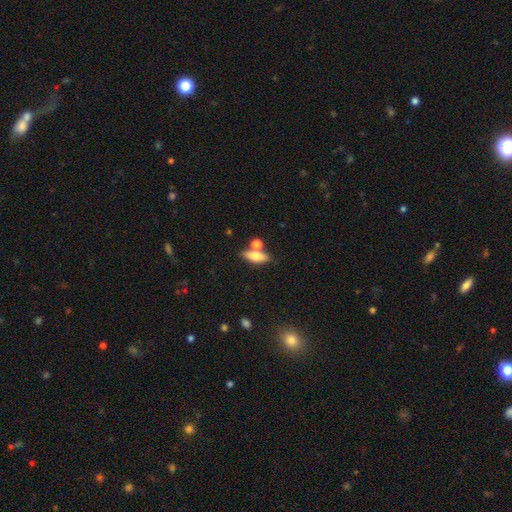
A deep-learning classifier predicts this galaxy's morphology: Overall: smooth (65%; featured or disk 27%). How rounded: in between (62%; cigar-shaped 32%). Merging: none (62%; merger 23%).